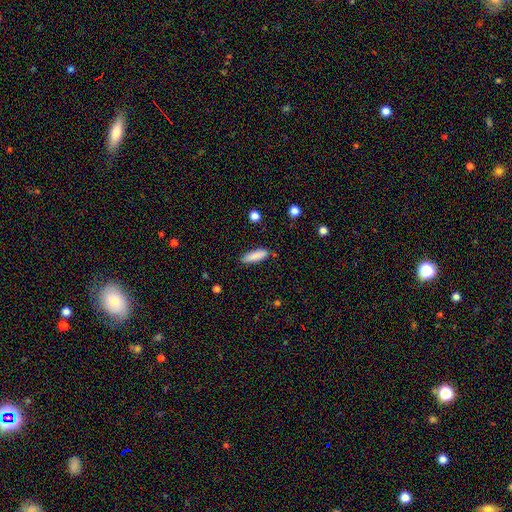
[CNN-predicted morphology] Smooth or featured? Predicted: smooth (p=0.86). How rounded? Predicted: cigar-shaped (p=0.62). Merging? Predicted: none (p=0.85).